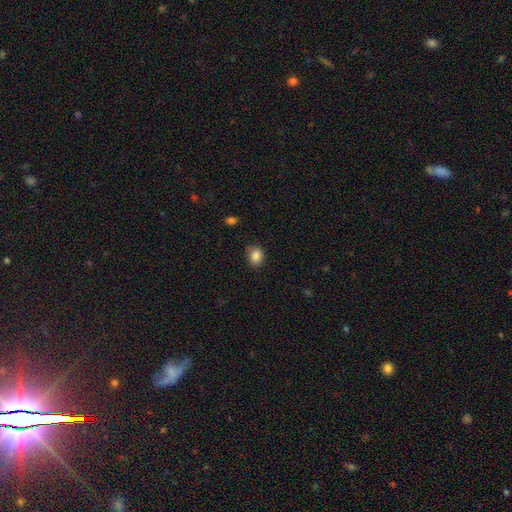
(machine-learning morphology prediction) The model was most divided on "how rounded": round: 53%, in between: 47%, cigar-shaped: 1%. More confident: smooth or featured — smooth (86%); merging — none (80%).